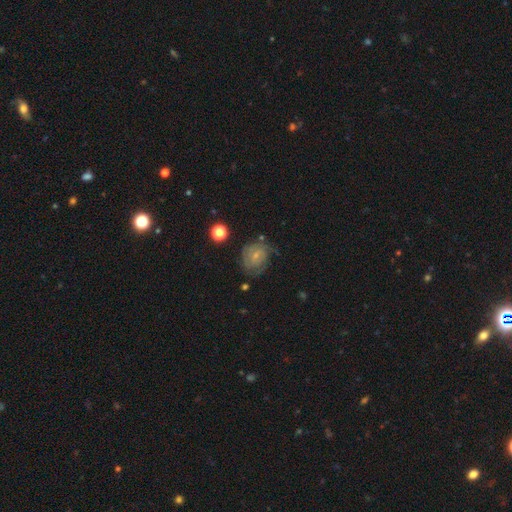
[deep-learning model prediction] featured or disk 68%, smooth 23%, star or artifact 9%. Down the decision tree: edge-on disk — no (97%); bar — no (49%); spiral arms — yes (88%); spiral arm count — can't tell (40%); spiral winding — tight (60%); bulge size — small (66%); merging — none (60%).